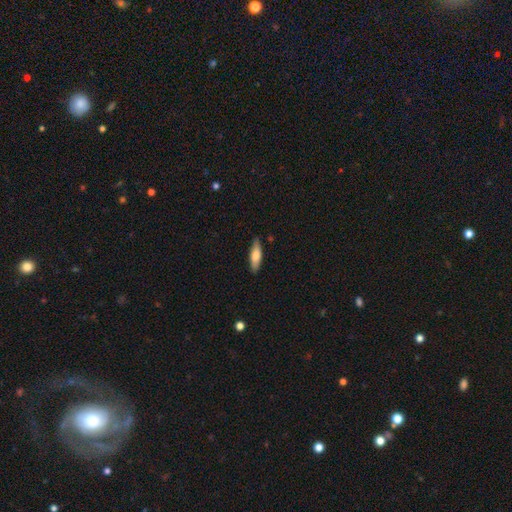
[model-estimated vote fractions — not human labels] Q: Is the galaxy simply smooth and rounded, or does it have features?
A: smooth — 72%.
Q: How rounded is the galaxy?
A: cigar-shaped — 56%.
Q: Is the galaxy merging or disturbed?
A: none — 85%.